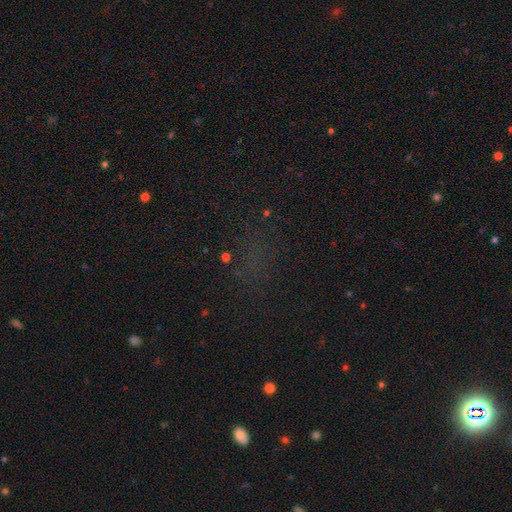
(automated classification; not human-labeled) Overall: star or artifact (60%; smooth 28%).